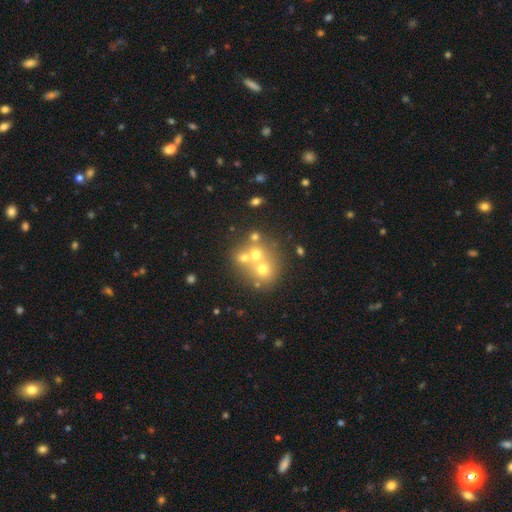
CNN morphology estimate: Smooth or featured? smooth (51%)
How rounded? round (78%)
Merging? merger (51%)